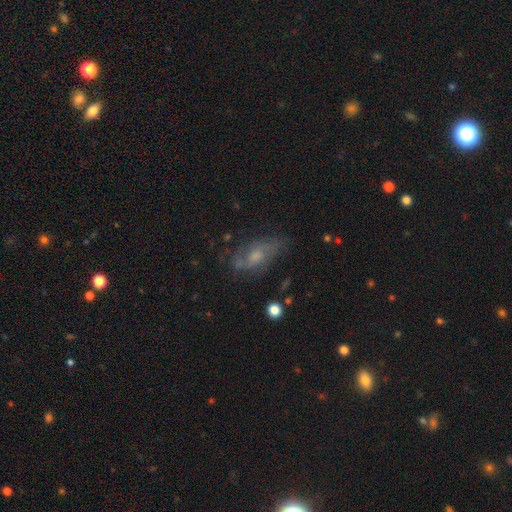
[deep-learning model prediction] Smooth or featured? featured or disk (61%)
Edge-on disk? no (90%)
Bar? no (67%)
Spiral arms? yes (80%)
Bulge size? moderate (47%)
Merging? none (62%)